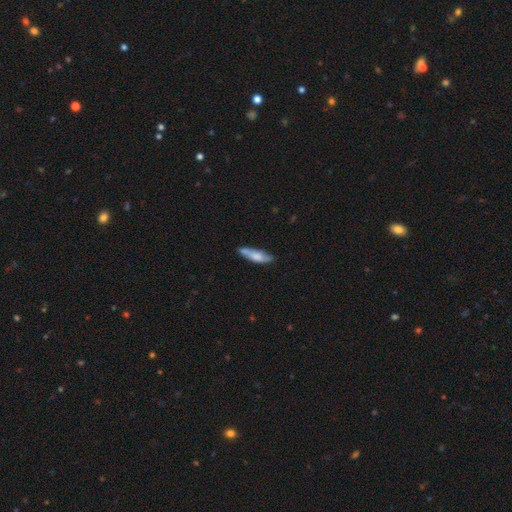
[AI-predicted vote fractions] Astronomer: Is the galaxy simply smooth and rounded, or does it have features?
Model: smooth — 67%.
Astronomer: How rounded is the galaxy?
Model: cigar-shaped — 64%.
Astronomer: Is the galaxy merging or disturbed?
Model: none — 70%.